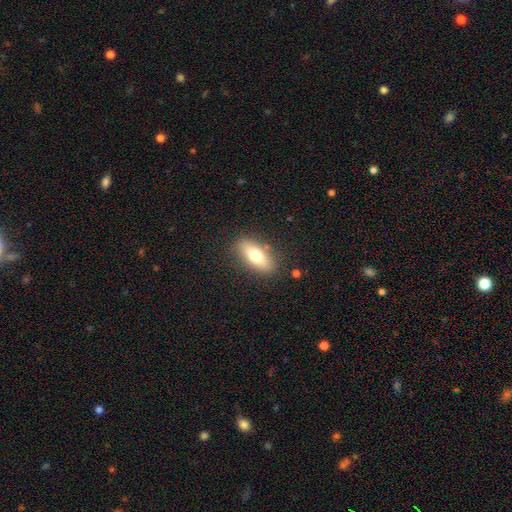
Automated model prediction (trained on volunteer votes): Q: Smooth or featured?
A: smooth (68%); runner-up: featured or disk (24%)
Q: How rounded?
A: in between (76%); runner-up: cigar-shaped (20%)
Q: Merging?
A: none (84%); runner-up: minor disturbance (11%)